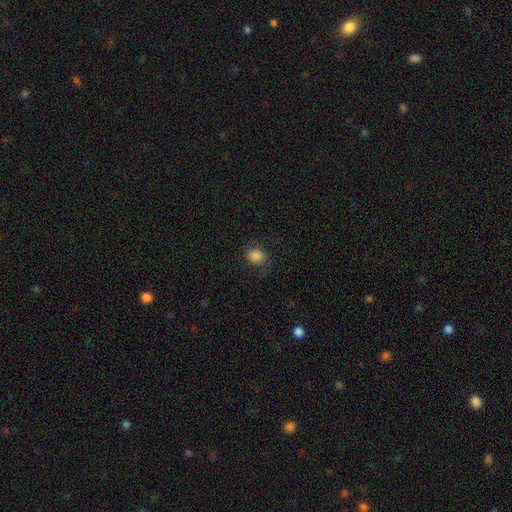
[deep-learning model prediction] Overall: smooth (77%). How rounded: round (56%; in between 43%). Merging: none (72%).